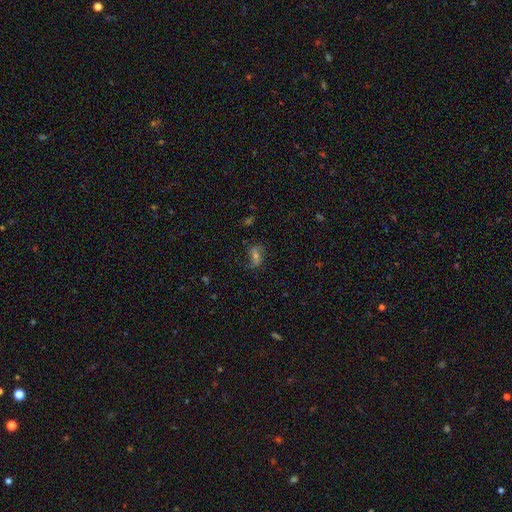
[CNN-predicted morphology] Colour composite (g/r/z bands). It shows a featured or disk galaxy (66%) with a weak bar (39%, tied with no), 2 (85%) loose (64%) spiral arms (90%) and a moderate central bulge (49%). Merging: none (70%).